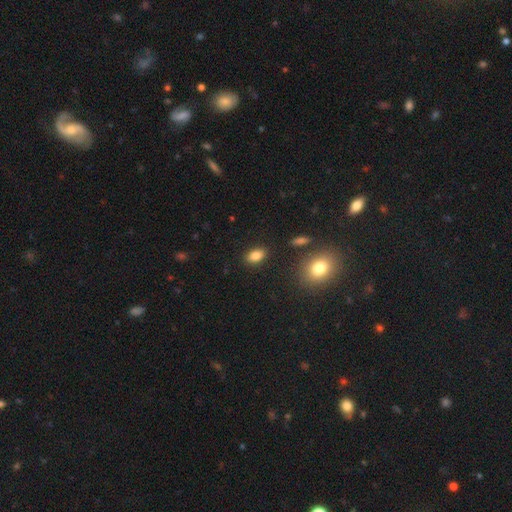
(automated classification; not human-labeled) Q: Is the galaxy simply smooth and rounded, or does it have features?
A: smooth — 85%.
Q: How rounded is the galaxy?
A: in between — 86%.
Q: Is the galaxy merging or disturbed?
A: none — 87%.